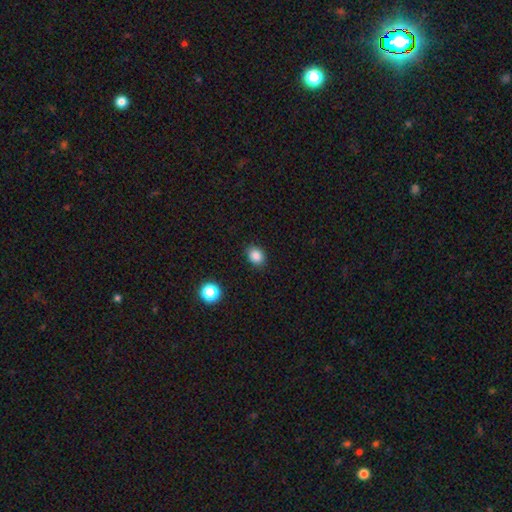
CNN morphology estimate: type=smooth (85%); roundness=in between (51%); merging=none (88%).